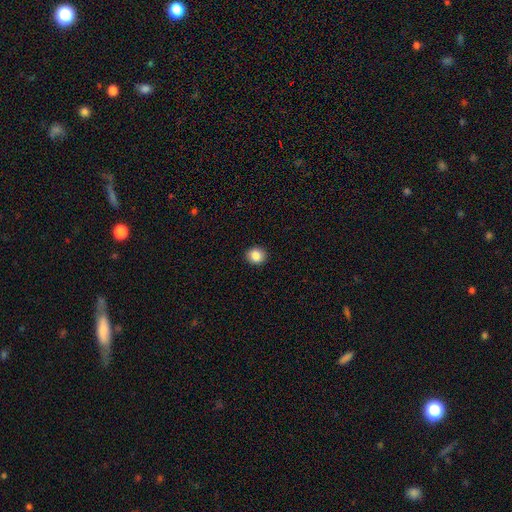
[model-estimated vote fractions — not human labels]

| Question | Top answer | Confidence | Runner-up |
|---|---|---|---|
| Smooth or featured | smooth | 86% | star or artifact (9%) |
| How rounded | round | 82% | in between (17%) |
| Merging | none | 92% | minor disturbance (5%) |